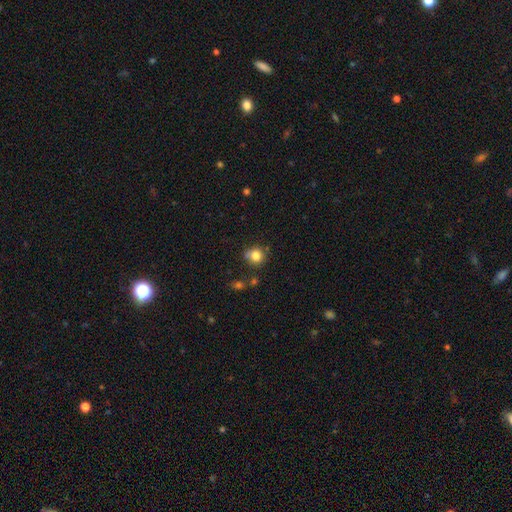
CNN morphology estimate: Smooth or featured?
  - smooth: 80% *
  - star or artifact: 12%
  - featured or disk: 8%
How rounded?
  - round: 87% *
  - in between: 12%
  - cigar-shaped: 1%
Merging?
  - none: 70% *
  - minor disturbance: 16%
  - merger: 9%
  - major disturbance: 4%